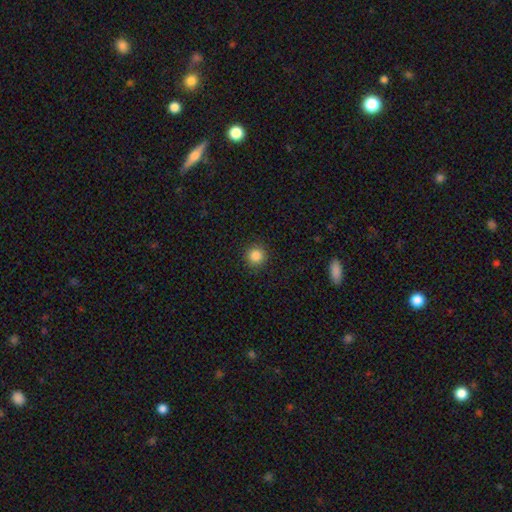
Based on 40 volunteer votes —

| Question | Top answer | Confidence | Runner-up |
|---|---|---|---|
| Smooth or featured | smooth | 85% | star or artifact (10%) |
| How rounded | round | 100% | — |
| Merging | none | 94% | minor disturbance (3%) |